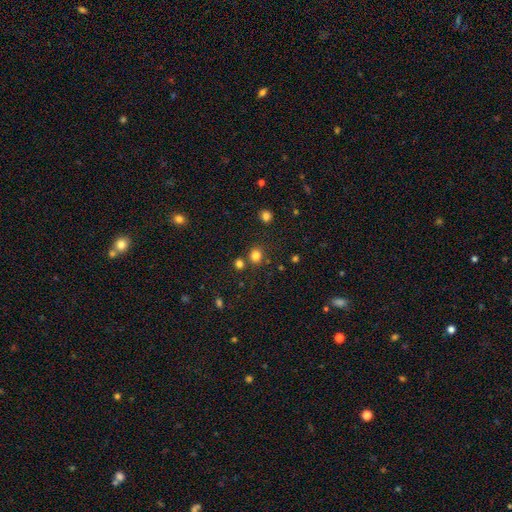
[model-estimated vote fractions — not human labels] Smooth or featured? Predicted: smooth (p=0.80). How rounded? Predicted: round (p=0.78). Merging? Predicted: none (p=0.78).